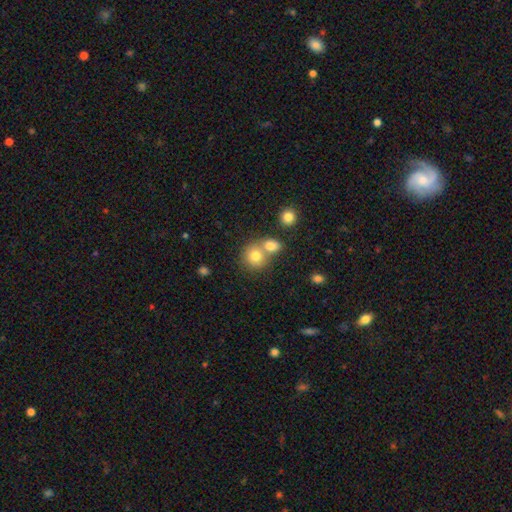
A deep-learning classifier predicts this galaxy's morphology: This is likely a smooth galaxy (78%). How rounded: clearly round (83%). Merging: possibly none (46%).